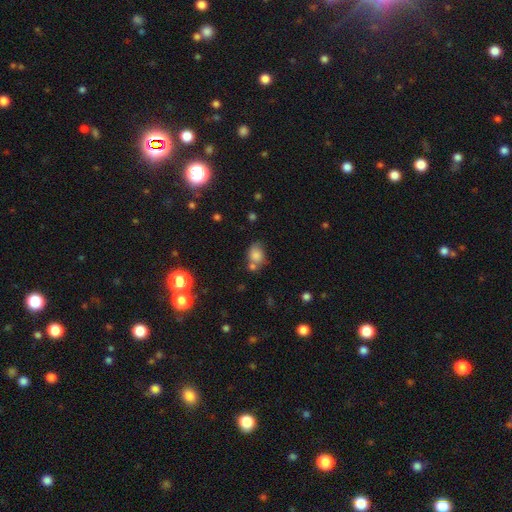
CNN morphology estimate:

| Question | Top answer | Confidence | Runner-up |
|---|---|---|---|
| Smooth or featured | smooth | 78% | star or artifact (12%) |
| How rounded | in between | 61% | round (37%) |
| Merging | none | 50% | merger (25%) |